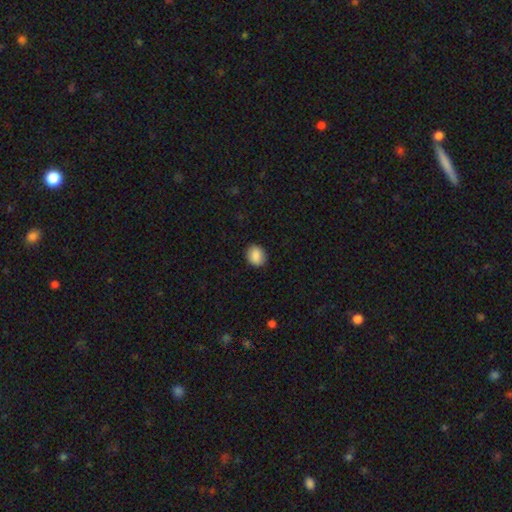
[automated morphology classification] smooth-or-featured: smooth: 88% | star or artifact: 8% | featured or disk: 4%
  how-rounded: round: 59% | in between: 40% | cigar-shaped: 1%
  merging: none: 88% | minor disturbance: 9% | major disturbance: 2% | merger: 1%